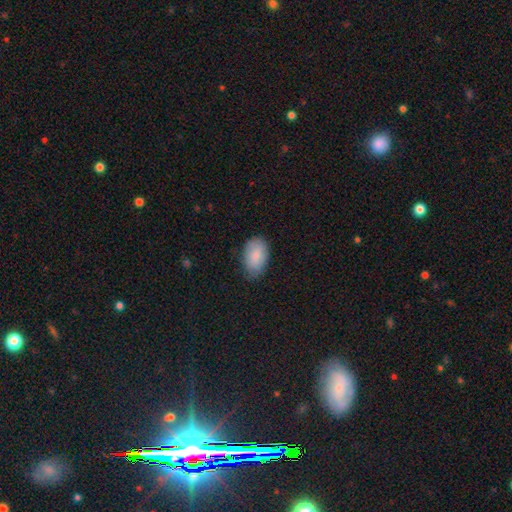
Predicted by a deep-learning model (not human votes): Morphology: type=smooth (86%); roundness=in between (91%); merging=none (74%).